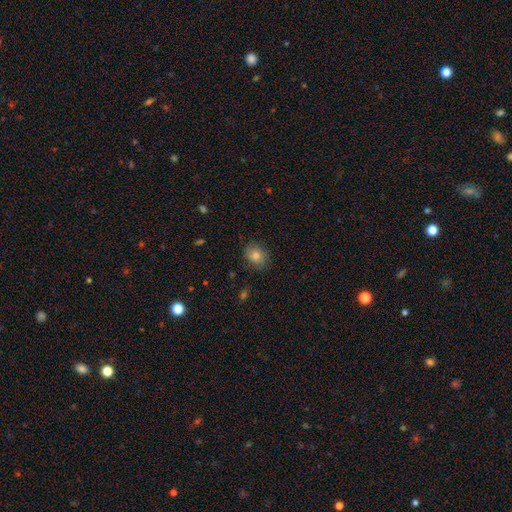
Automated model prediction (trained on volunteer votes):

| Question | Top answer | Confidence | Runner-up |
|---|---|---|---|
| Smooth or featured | smooth | 80% | featured or disk (10%) |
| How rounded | round | 51% | in between (48%) |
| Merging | none | 81% | minor disturbance (14%) |